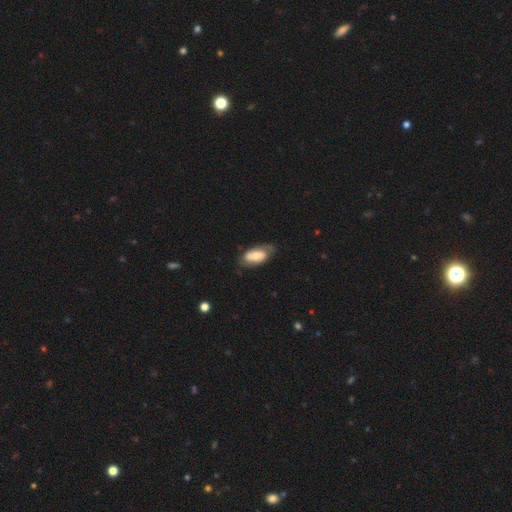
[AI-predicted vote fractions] This is possibly a smooth galaxy (50%). How rounded: clearly in between (90%). Merging: likely none (65%).